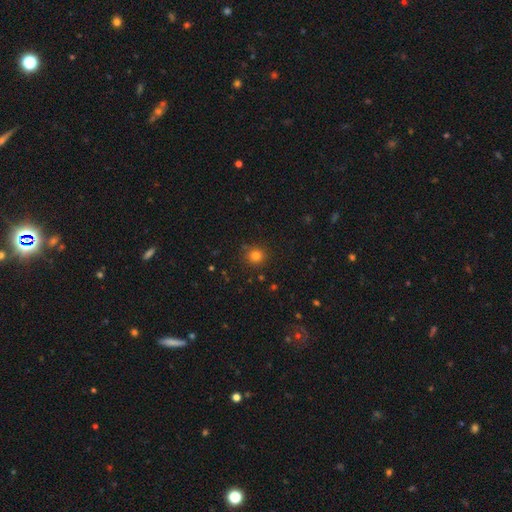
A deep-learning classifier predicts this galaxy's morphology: Smooth or featured?
  - smooth: 80% *
  - star or artifact: 14%
  - featured or disk: 5%
How rounded?
  - round: 91% *
  - in between: 8%
  - cigar-shaped: 1%
Merging?
  - none: 88% *
  - minor disturbance: 8%
  - major disturbance: 2%
  - merger: 2%